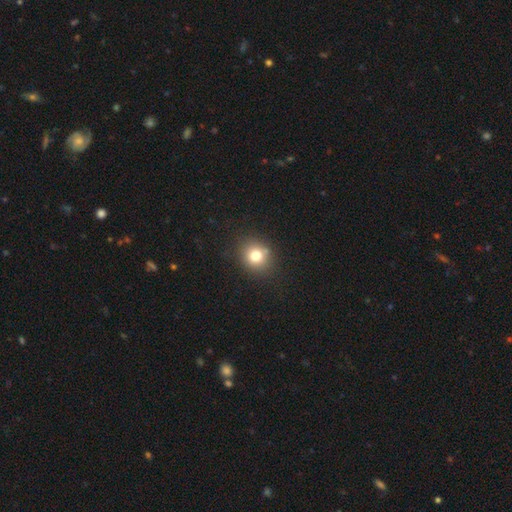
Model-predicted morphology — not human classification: smooth-or-featured: smooth: 77% | star or artifact: 13% | featured or disk: 9%
  how-rounded: round: 79% | in between: 20% | cigar-shaped: 1%
  merging: none: 85% | minor disturbance: 10% | major disturbance: 3% | merger: 2%